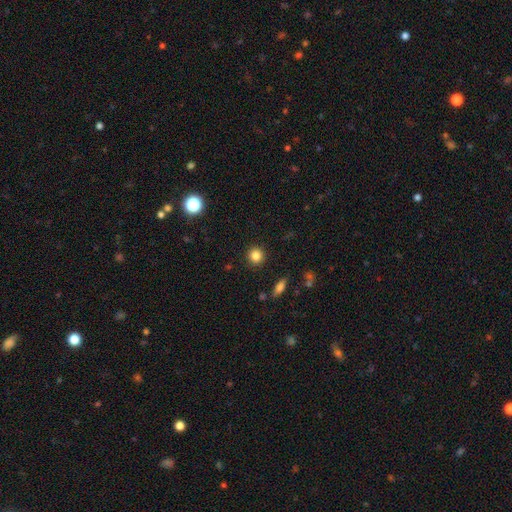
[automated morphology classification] smooth_or_featured: smooth (p=0.84) [alt: star or artifact p=0.11]
how_rounded: round (p=0.92) [alt: in between p=0.07]
merging: none (p=0.91) [alt: minor disturbance p=0.06]